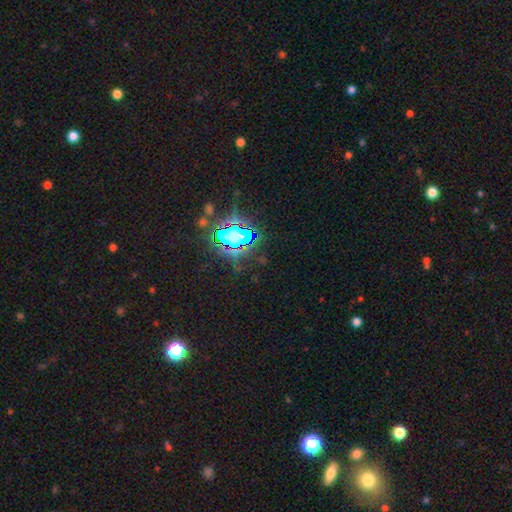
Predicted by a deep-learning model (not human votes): Overall: star or artifact (79%).